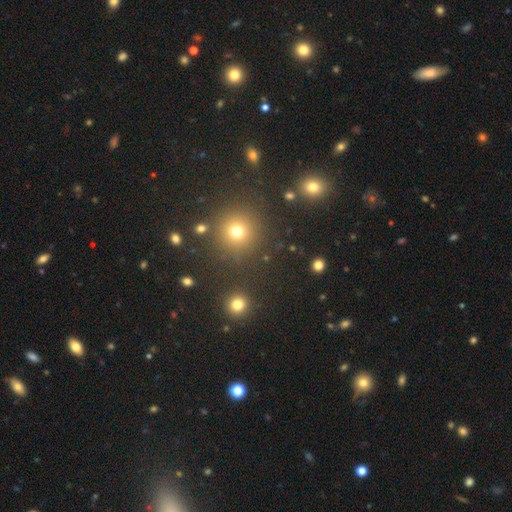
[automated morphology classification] Smooth or featured: smooth — 54% (star or artifact — 39%)
How rounded: round — 93% (in between — 6%)
Merging: none — 88% (minor disturbance — 6%)